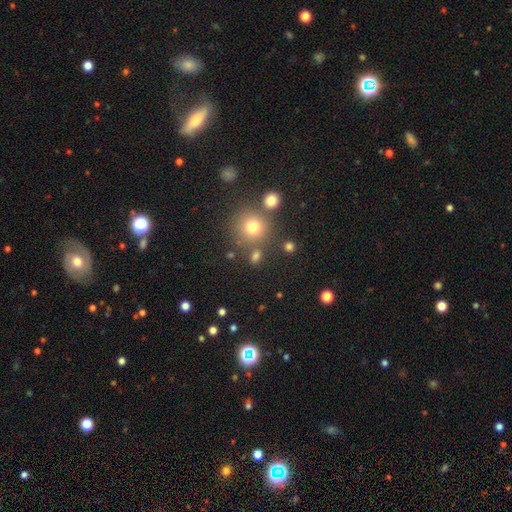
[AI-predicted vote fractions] The model was most divided on "how rounded": round: 74%, in between: 24%, cigar-shaped: 2%. More confident: merging — none (73%); smooth or featured — smooth (72%).